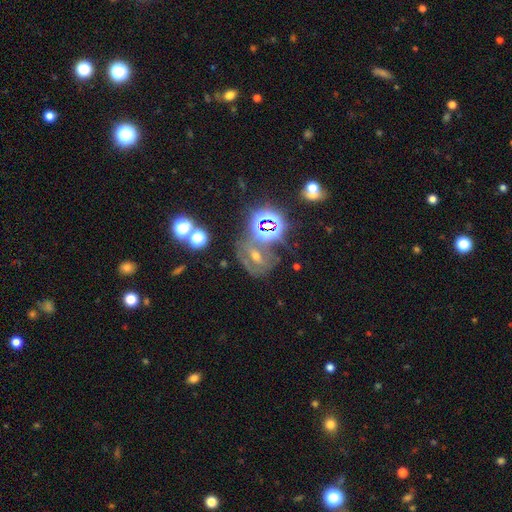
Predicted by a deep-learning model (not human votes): A star or artifact, not a galaxy (42%).